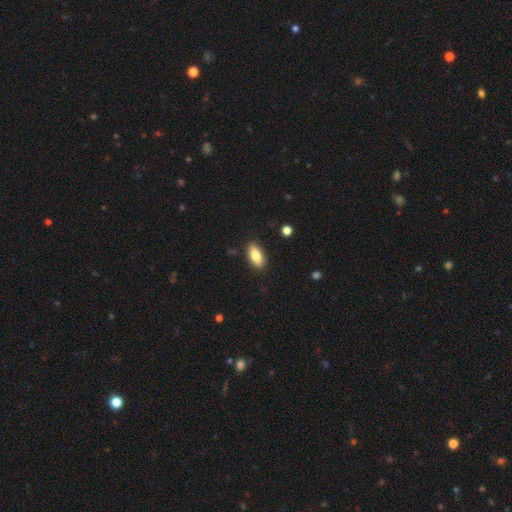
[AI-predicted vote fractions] This appears to be a smooth galaxy with no disk features (79%) that is in between round and cigar-shaped (88%). Merging: none (88%).